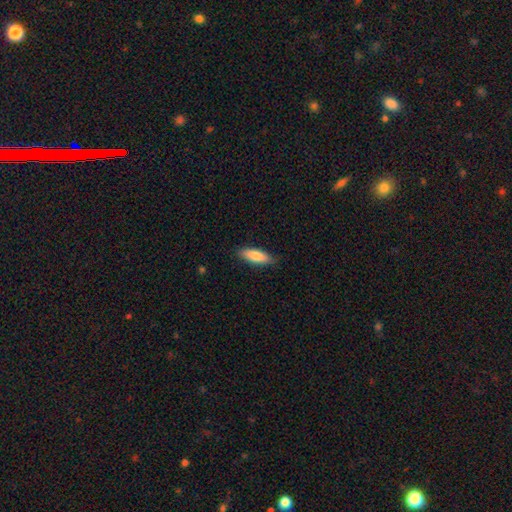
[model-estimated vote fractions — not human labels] Smooth or featured?
  - smooth: 82% *
  - featured or disk: 13%
  - star or artifact: 5%
How rounded?
  - in between: 53% *
  - cigar-shaped: 45%
  - round: 2%
Merging?
  - none: 86% *
  - minor disturbance: 11%
  - major disturbance: 2%
  - merger: 1%